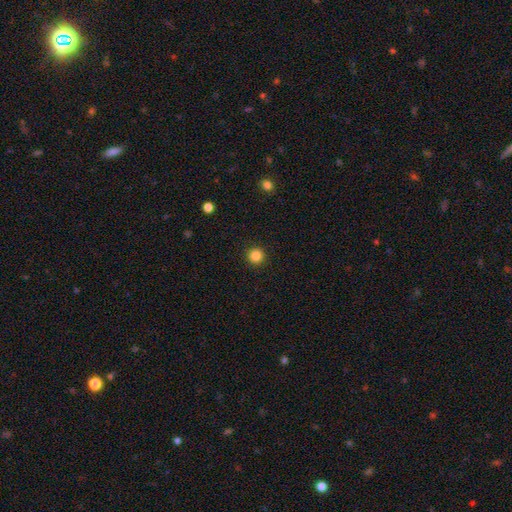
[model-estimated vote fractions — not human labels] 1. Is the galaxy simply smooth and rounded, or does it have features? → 85% smooth, 11% star or artifact, 4% featured or disk.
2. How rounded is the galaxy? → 95% round, 4% in between, 1% cigar-shaped.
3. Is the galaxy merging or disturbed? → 93% none, 5% minor disturbance, 2% major disturbance, 1% merger.